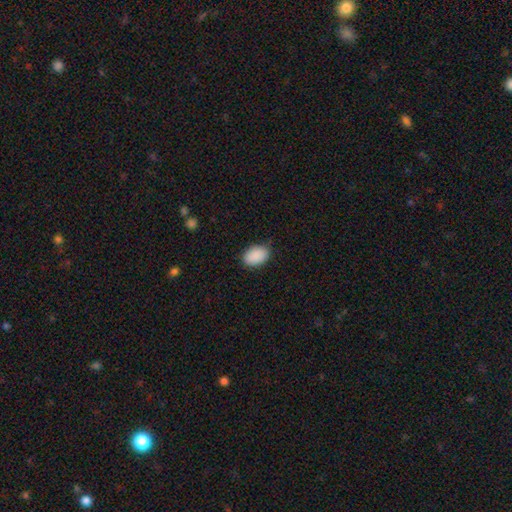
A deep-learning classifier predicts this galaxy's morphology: type=smooth (90%); roundness=in between (88%); merging=none (83%).